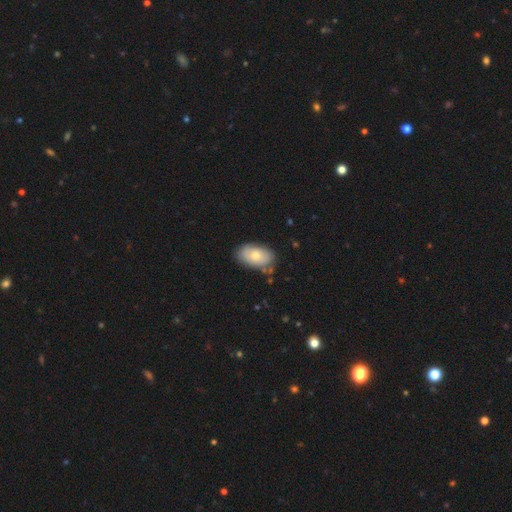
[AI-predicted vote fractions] This is likely a smooth galaxy (66%). How rounded: clearly in between (91%). Merging: likely none (77%).